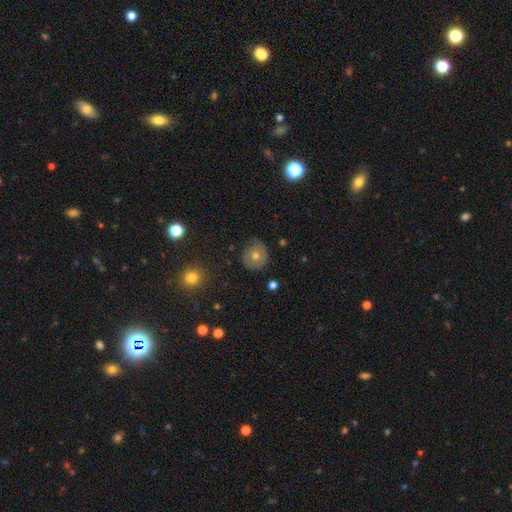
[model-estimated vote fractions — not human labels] Smooth or featured?
  - smooth: 56% *
  - featured or disk: 31%
  - star or artifact: 13%
How rounded?
  - round: 87% *
  - in between: 12%
  - cigar-shaped: 1%
Merging?
  - none: 73% *
  - minor disturbance: 20%
  - major disturbance: 6%
  - merger: 2%